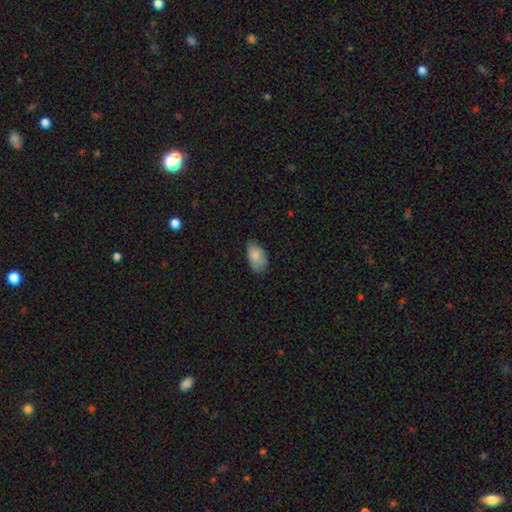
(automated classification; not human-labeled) Smooth or featured?
  - smooth: 82% *
  - featured or disk: 11%
  - star or artifact: 7%
How rounded?
  - in between: 93% *
  - round: 5%
  - cigar-shaped: 2%
Merging?
  - none: 63% *
  - minor disturbance: 30%
  - major disturbance: 5%
  - merger: 1%